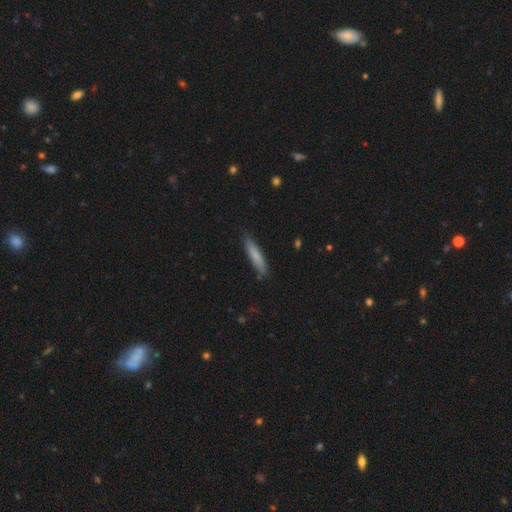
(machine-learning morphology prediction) smooth 79%, featured or disk 15%, star or artifact 6%. Down the decision tree: how rounded — cigar-shaped (87%); merging — none (83%).